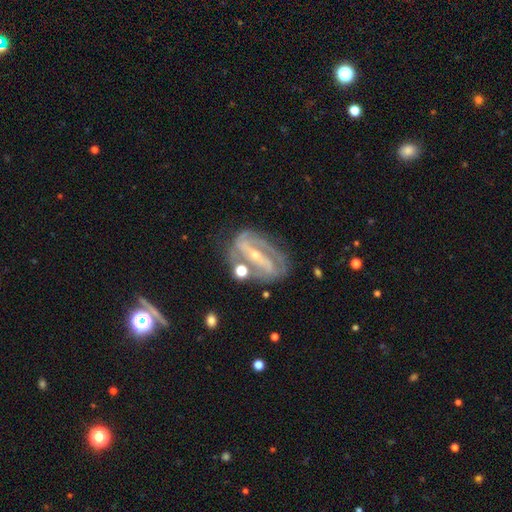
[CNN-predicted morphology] A featured or disk galaxy (86%) with a strong bar (68%), 2 (75%) tight (42%) spiral arms (92%) and a small central bulge (69%).

Vote fractions:
- Smooth or featured? featured or disk: 86% / smooth: 7% / star or artifact: 7%
- Edge-on disk? no: 93% / yes: 7%
- Bar? strong: 68% / weak: 20% / no: 12%
- Spiral arms? yes: 92% / no: 8%
- Spiral winding? tight: 42% / medium: 41% / loose: 17%
- Spiral arm count? 2: 75% / can't tell: 11% / 3: 7% / 1: 4% / 4: 2% / more than 4: 2%
- Bulge size? small: 69% / moderate: 28% / none: 1% / large: 1% / dominant: 1%
- Merging? none: 64% / minor disturbance: 19% / major disturbance: 11% / merger: 7%